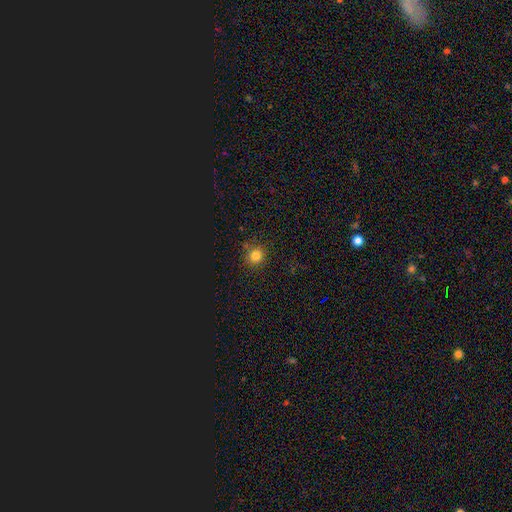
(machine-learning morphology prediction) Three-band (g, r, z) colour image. It shows a smooth galaxy with no disk features (79%) that is round (88%). Merging: none (83%).